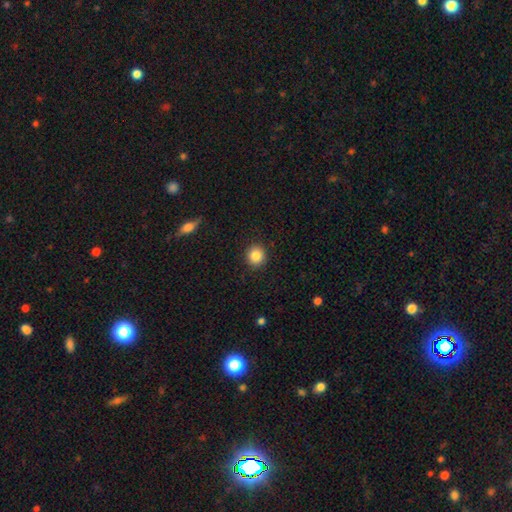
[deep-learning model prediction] smooth 85%, star or artifact 9%, featured or disk 5%. Down the decision tree: how rounded — round (90%); merging — none (91%).